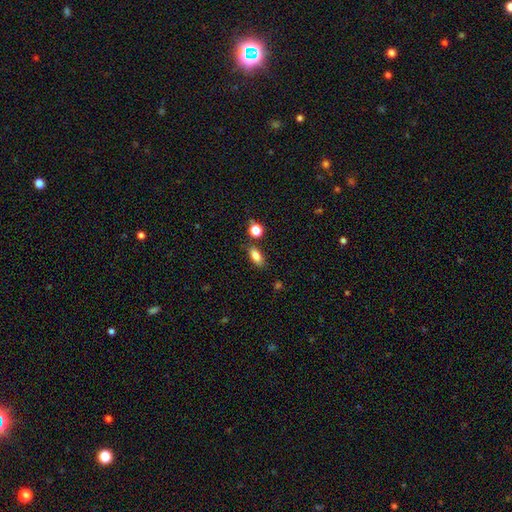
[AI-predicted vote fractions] Morphology: type=smooth (82%); roundness=in between (81%); merging=none (75%).